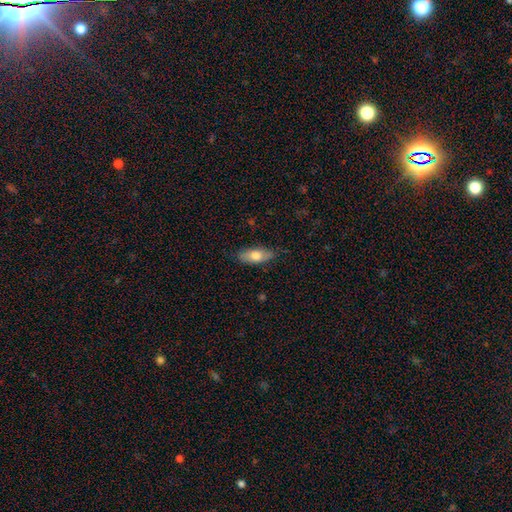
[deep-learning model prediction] Overall: smooth (73%). How rounded: in between (82%). Merging: none (81%).